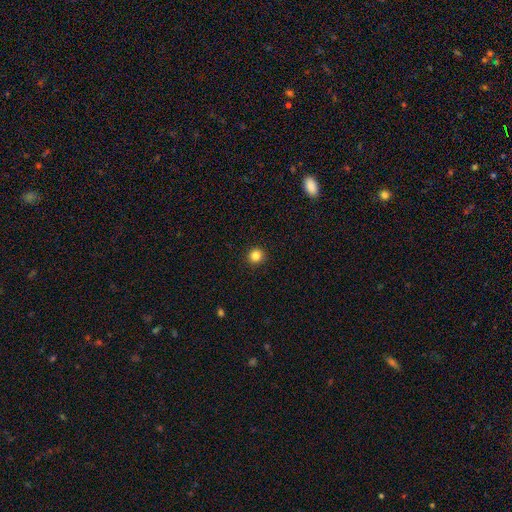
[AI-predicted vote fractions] Morphology: type=smooth (84%); roundness=round (93%); merging=none (93%).